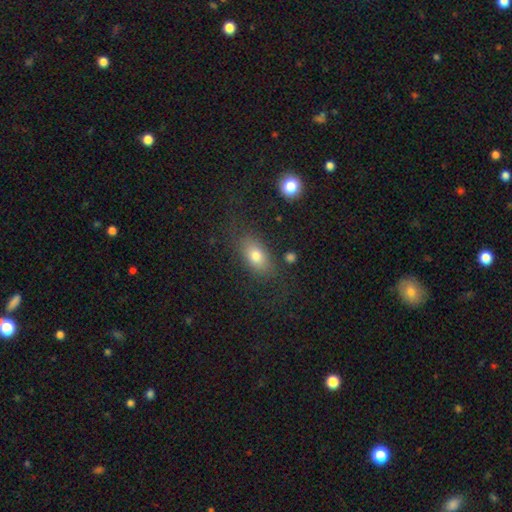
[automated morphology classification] A smooth galaxy with no disk features (74%) that is in between round and cigar-shaped (82%).

Vote fractions:
- Smooth or featured? smooth: 74% / featured or disk: 15% / star or artifact: 10%
- How rounded? in between: 82% / round: 11% / cigar-shaped: 7%
- Merging? none: 74% / minor disturbance: 15% / major disturbance: 8% / merger: 3%